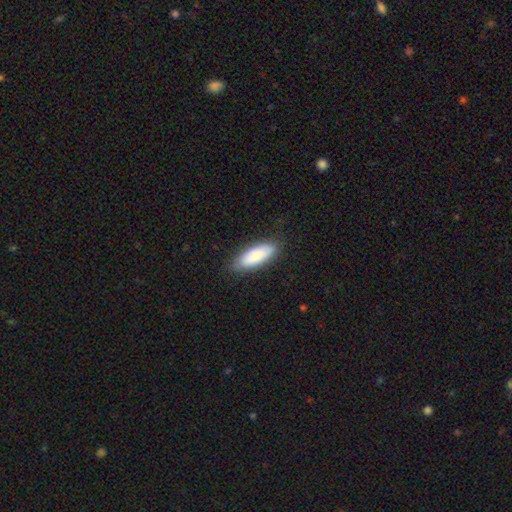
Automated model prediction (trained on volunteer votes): smooth 84%, featured or disk 10%, star or artifact 5%. Down the decision tree: how rounded — in between (69%); merging — none (83%).